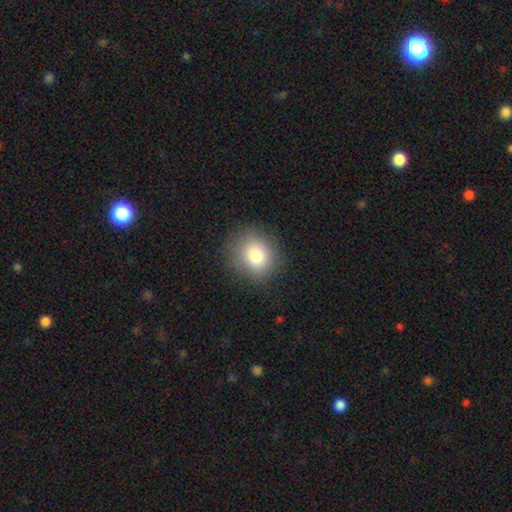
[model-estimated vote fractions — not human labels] Morphology: type=smooth (80%); roundness=round (79%); merging=none (85%).